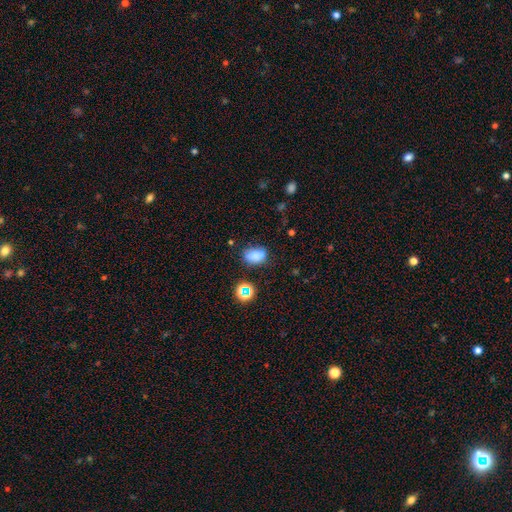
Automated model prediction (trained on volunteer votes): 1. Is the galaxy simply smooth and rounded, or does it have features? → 75% smooth, 15% star or artifact, 10% featured or disk.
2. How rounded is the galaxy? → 77% in between, 20% round, 3% cigar-shaped.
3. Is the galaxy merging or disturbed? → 65% none, 20% minor disturbance, 9% merger, 6% major disturbance.